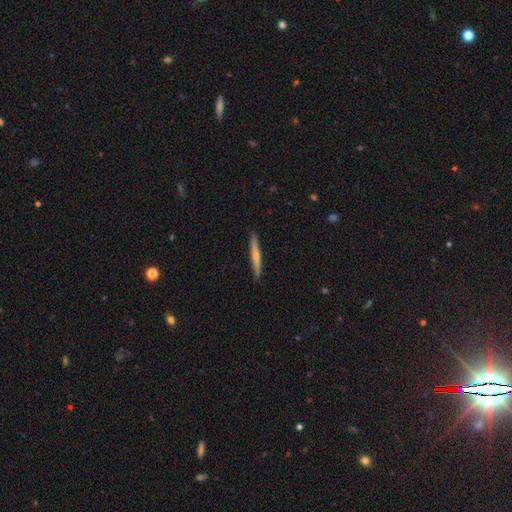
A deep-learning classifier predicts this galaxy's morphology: smooth 58%, featured or disk 37%, star or artifact 5%. Down the decision tree: how rounded — cigar-shaped (96%); merging — none (91%).